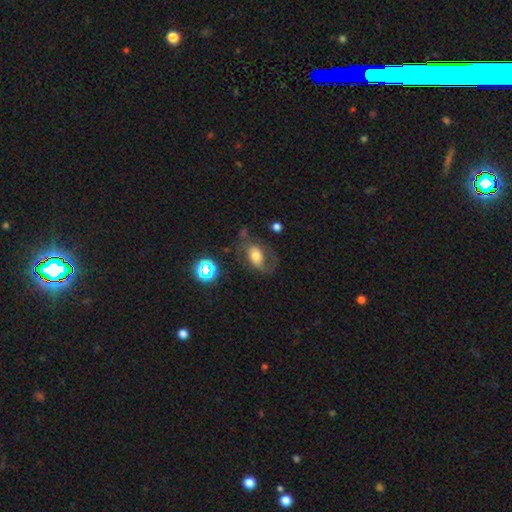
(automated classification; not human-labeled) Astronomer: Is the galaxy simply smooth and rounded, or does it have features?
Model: smooth — 49% (runner-up: featured or disk, 40%).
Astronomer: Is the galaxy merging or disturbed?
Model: none — 47% (runner-up: major disturbance, 26%).